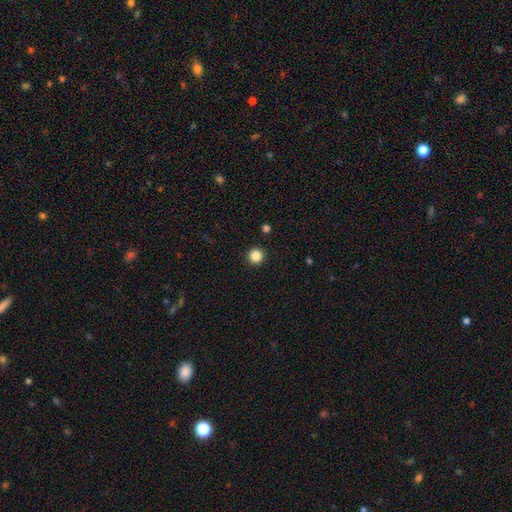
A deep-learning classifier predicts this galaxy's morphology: smooth_or_featured: smooth (p=0.85) [alt: star or artifact p=0.11]
how_rounded: round (p=0.95) [alt: in between p=0.04]
merging: none (p=0.93) [alt: minor disturbance p=0.04]